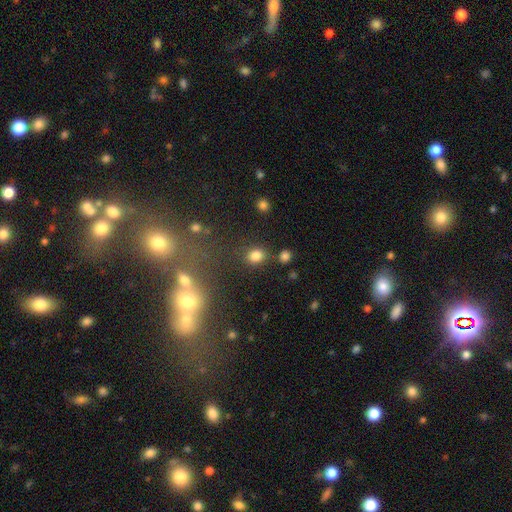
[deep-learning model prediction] The model was most divided on "how rounded": round: 58%, in between: 41%, cigar-shaped: 1%. More confident: smooth or featured — smooth (81%); merging — none (80%).